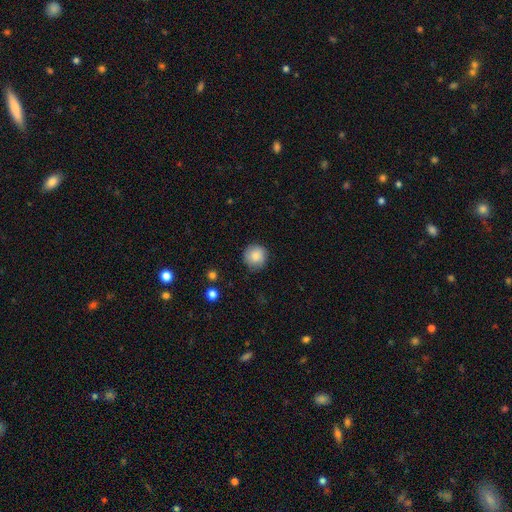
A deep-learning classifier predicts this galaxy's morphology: A smooth galaxy with no disk features (86%) that is round (94%).

Vote fractions:
- Smooth or featured? smooth: 86% / star or artifact: 8% / featured or disk: 7%
- How rounded? round: 94% / in between: 5% / cigar-shaped: 1%
- Merging? none: 86% / minor disturbance: 11% / major disturbance: 2% / merger: 1%